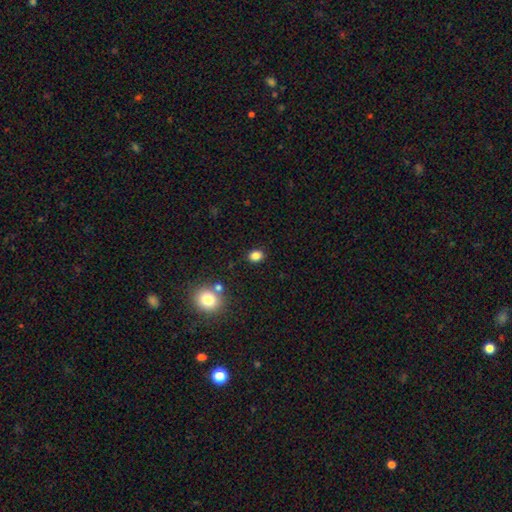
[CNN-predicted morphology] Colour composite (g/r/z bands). It shows a smooth galaxy with no disk features (83%) that is round (54%). Merging: none (85%).